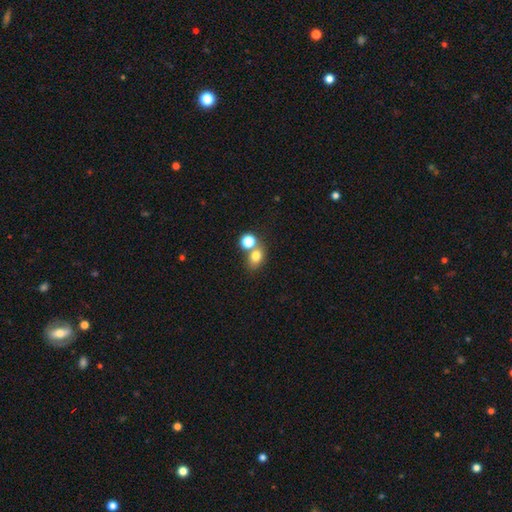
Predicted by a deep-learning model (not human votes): The model was most divided on "how rounded": in between: 50%, round: 49%, cigar-shaped: 1%. Remaining: smooth or featured — smooth (77%); merging — none (49%).